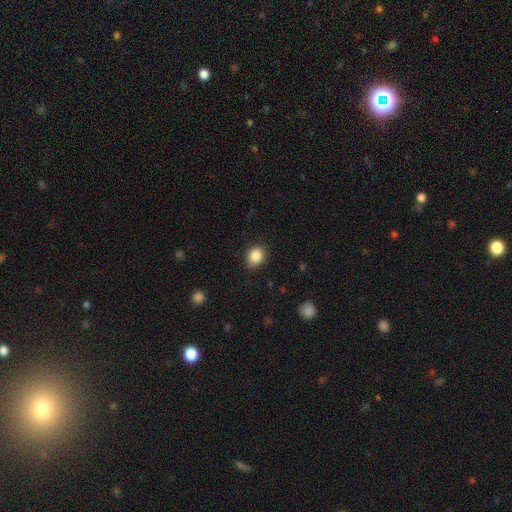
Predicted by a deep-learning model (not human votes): A smooth galaxy with no disk features (86%) that is round (63%).

Vote fractions:
- Smooth or featured? smooth: 86% / star or artifact: 9% / featured or disk: 4%
- How rounded? round: 63% / in between: 36% / cigar-shaped: 1%
- Merging? none: 83% / minor disturbance: 13% / major disturbance: 3% / merger: 1%